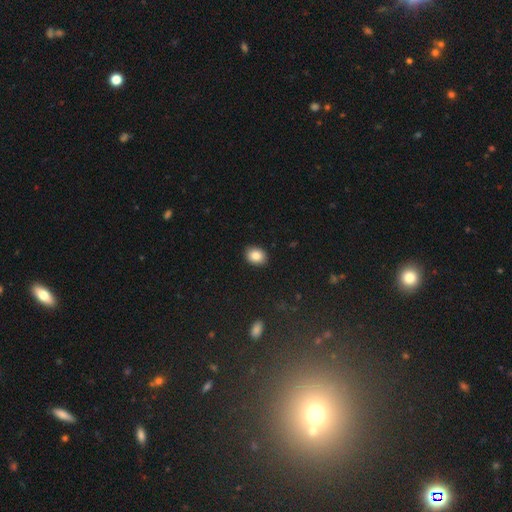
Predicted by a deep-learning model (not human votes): A smooth galaxy with no disk features (86%) that is in between round and cigar-shaped (59%).

Vote fractions:
- Smooth or featured? smooth: 86% / star or artifact: 8% / featured or disk: 5%
- How rounded? in between: 59% / round: 40% / cigar-shaped: 1%
- Merging? none: 89% / minor disturbance: 8% / major disturbance: 2% / merger: 1%